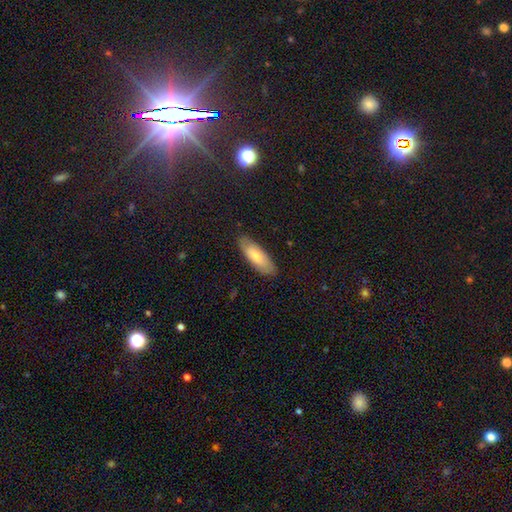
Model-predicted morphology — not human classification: This appears to be a smooth galaxy with no disk features (69%) that is in between round and cigar-shaped (62%). Merging: none (86%).